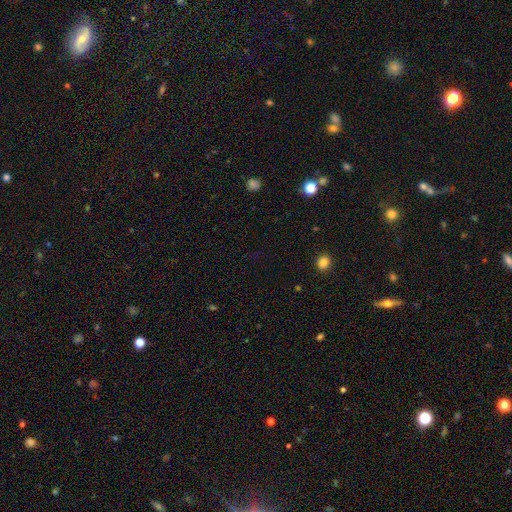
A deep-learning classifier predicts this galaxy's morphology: A star or artifact, not a galaxy (57%).